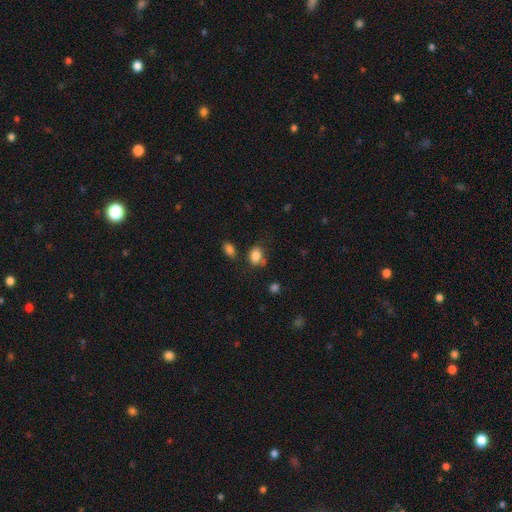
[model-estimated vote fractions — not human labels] This is clearly a smooth galaxy (84%). How rounded: likely in between (67%). Merging: likely none (61%).